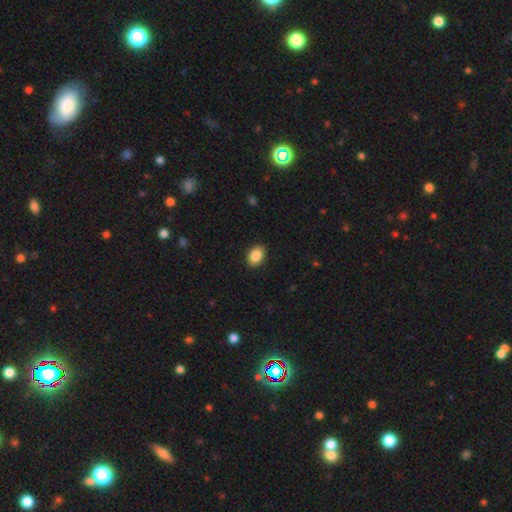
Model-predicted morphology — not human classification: type=smooth (89%); roundness=in between (77%); merging=none (89%).